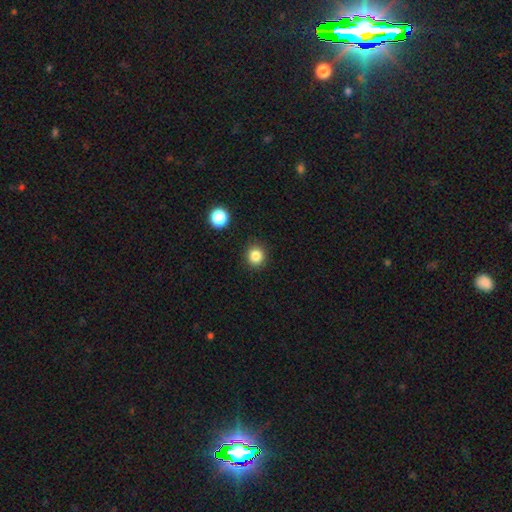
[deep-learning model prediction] This is clearly a smooth galaxy (83%). How rounded: clearly round (90%). Merging: clearly none (90%).